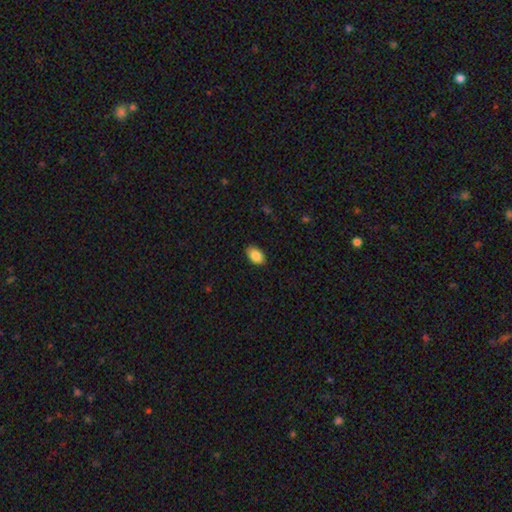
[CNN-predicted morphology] Q: Smooth or featured?
A: smooth (87%); runner-up: star or artifact (7%)
Q: How rounded?
A: in between (89%); runner-up: round (10%)
Q: Merging?
A: none (87%); runner-up: minor disturbance (10%)